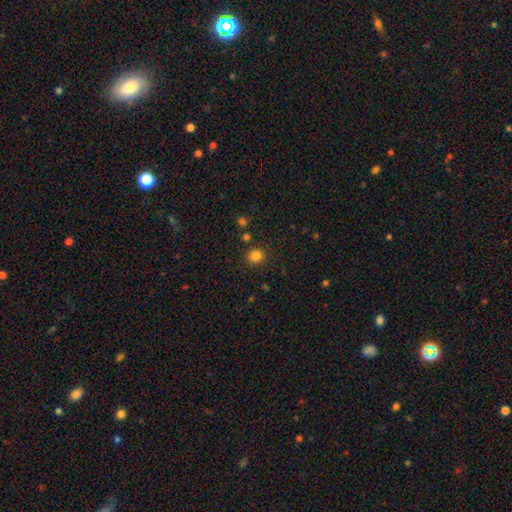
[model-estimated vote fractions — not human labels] This appears to be a smooth galaxy with no disk features (82%) that is round (86%). Merging: none (87%).